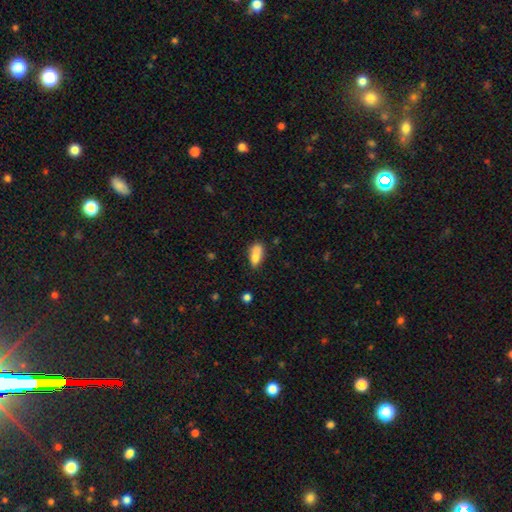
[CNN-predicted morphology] This is likely a smooth galaxy (79%). How rounded: likely in between (79%). Merging: possibly none (56%).